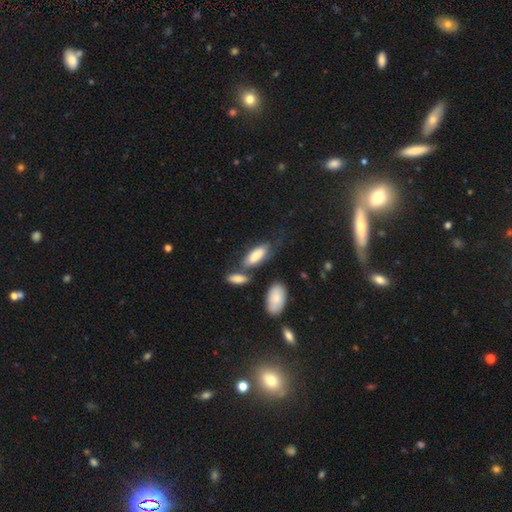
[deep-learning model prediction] smooth 75%, featured or disk 19%, star or artifact 7%. Down the decision tree: how rounded — in between (78%); merging — none (47%).